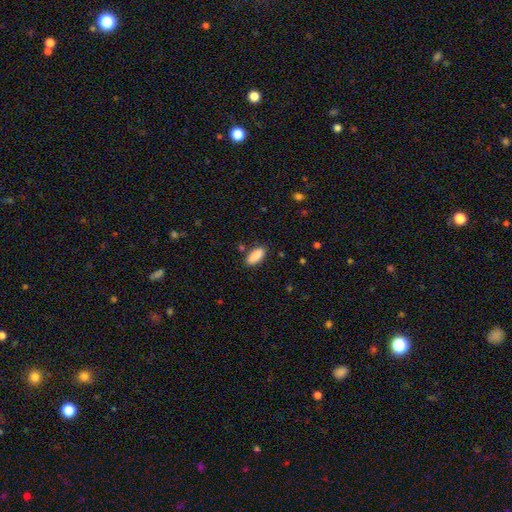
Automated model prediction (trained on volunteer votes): Smooth or featured?
  - smooth: 89% *
  - star or artifact: 7%
  - featured or disk: 4%
How rounded?
  - in between: 83% *
  - cigar-shaped: 15%
  - round: 2%
Merging?
  - none: 85% *
  - minor disturbance: 11%
  - major disturbance: 2%
  - merger: 2%